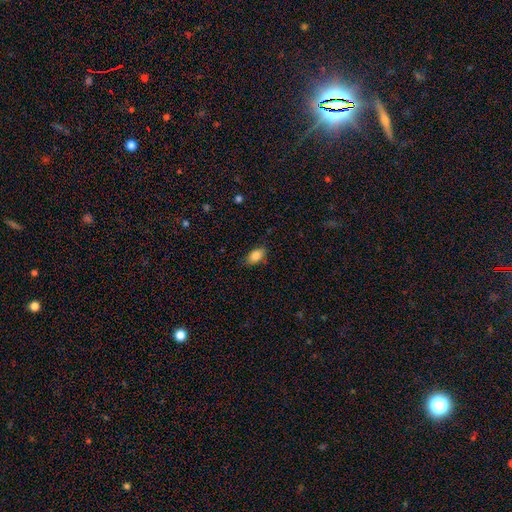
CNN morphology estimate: This is clearly a smooth galaxy (86%). How rounded: clearly in between (91%). Merging: clearly none (82%).